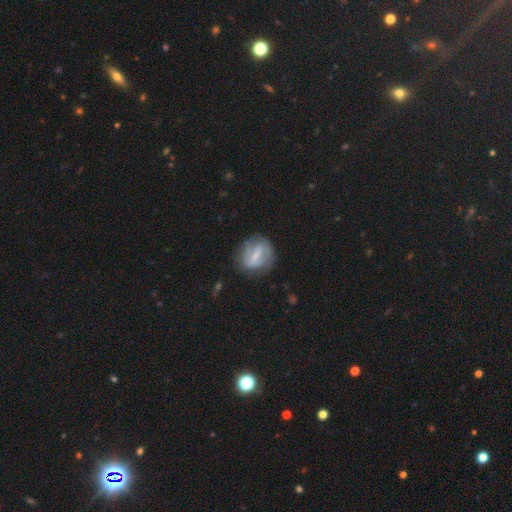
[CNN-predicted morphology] Smooth or featured: featured or disk — 61% (smooth — 32%)
Edge-on disk: no — 95% (yes — 5%)
Bar: strong — 44% (weak — 42%)
Spiral arms: yes — 69% (no — 31%)
Bulge size: small — 46% (none — 25%)
Merging: none — 67% (minor disturbance — 21%)